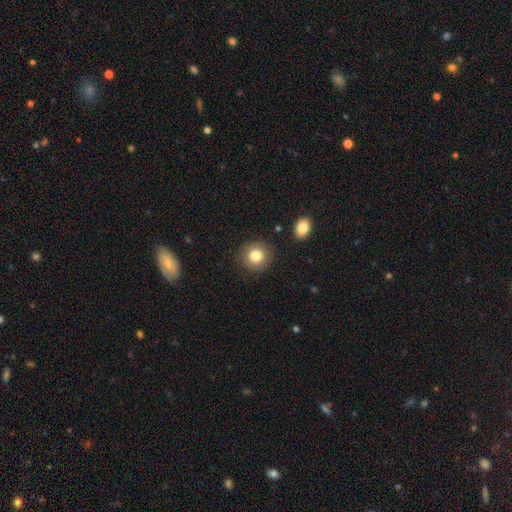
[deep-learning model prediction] This appears to be a smooth galaxy with no disk features (82%) that is round (88%). Merging: none (87%).